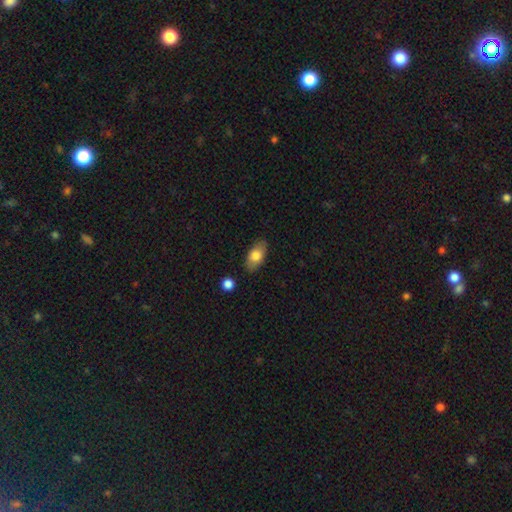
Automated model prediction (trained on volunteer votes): This appears to be a smooth galaxy with no disk features (77%) that is in between round and cigar-shaped (91%). Merging: none (85%).